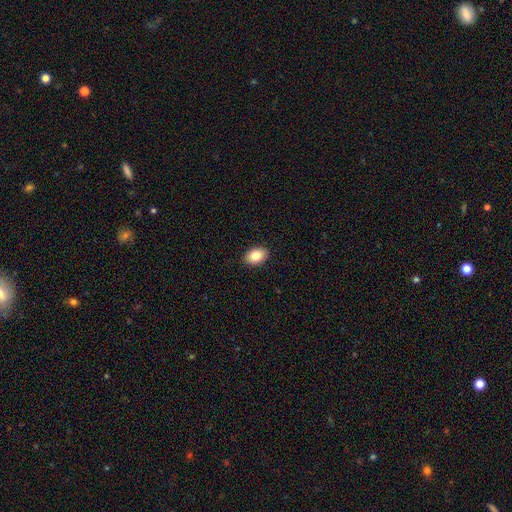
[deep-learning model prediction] Overall: smooth (86%). How rounded: in between (83%). Merging: none (90%).